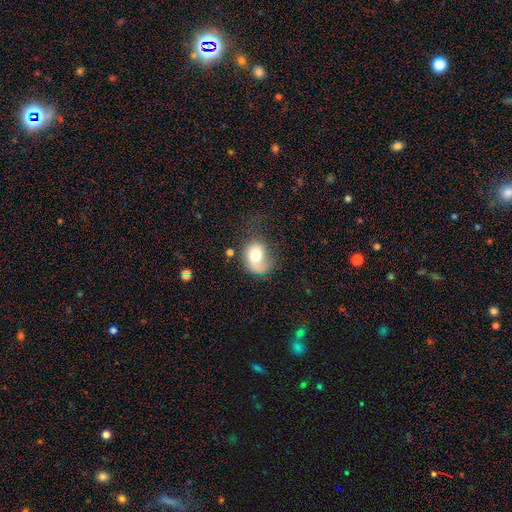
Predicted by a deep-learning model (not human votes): The model was most divided on "how rounded": in between: 51%, round: 48%, cigar-shaped: 1%. Remaining: smooth or featured — smooth (72%); merging — none (35%).